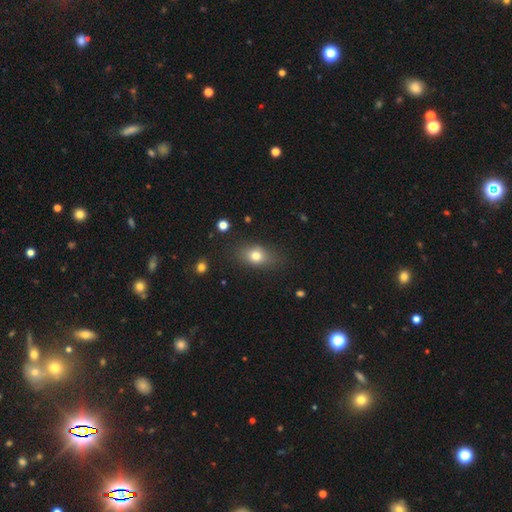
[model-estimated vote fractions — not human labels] smooth_or_featured: smooth (p=0.75) [alt: featured or disk p=0.13]
how_rounded: in between (p=0.69) [alt: round p=0.27]
merging: none (p=0.79) [alt: minor disturbance p=0.15]